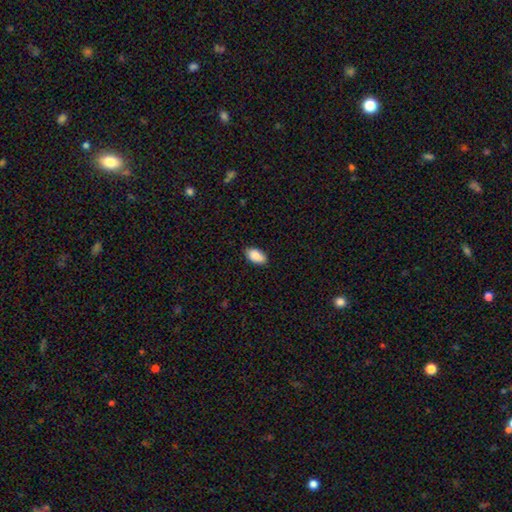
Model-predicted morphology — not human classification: Q: Smooth or featured?
A: smooth (90%); runner-up: star or artifact (7%)
Q: How rounded?
A: in between (94%); runner-up: round (3%)
Q: Merging?
A: none (85%); runner-up: minor disturbance (12%)